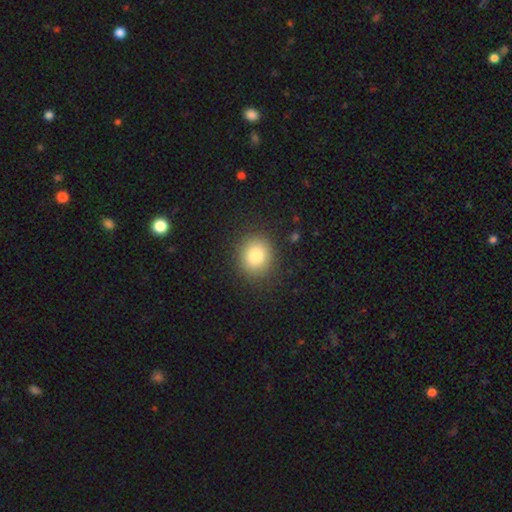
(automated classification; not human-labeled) A smooth galaxy with no disk features (83%) that is round (77%).

Vote fractions:
- Smooth or featured? smooth: 83% / star or artifact: 10% / featured or disk: 7%
- How rounded? round: 77% / in between: 22% / cigar-shaped: 1%
- Merging? none: 88% / minor disturbance: 8% / major disturbance: 3% / merger: 1%